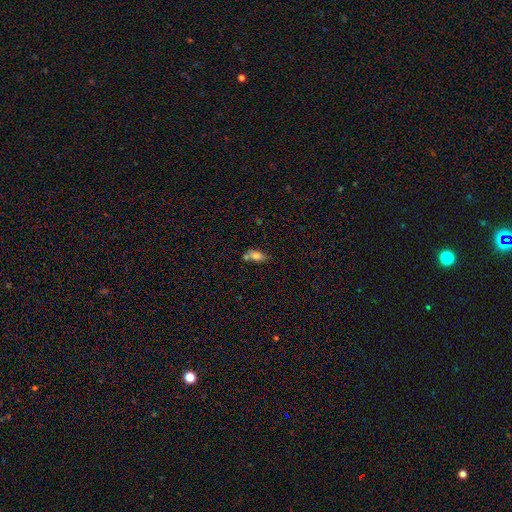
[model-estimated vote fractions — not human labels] This appears to be a smooth galaxy with no disk features (77%) that is in between round and cigar-shaped (85%). Merging: none (47%).